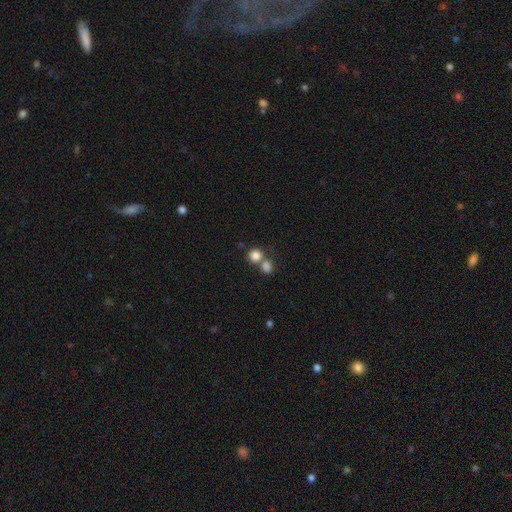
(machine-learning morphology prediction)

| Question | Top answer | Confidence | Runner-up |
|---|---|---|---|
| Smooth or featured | smooth | 82% | star or artifact (11%) |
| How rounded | round | 87% | in between (12%) |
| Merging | none | 46% | merger (44%) |